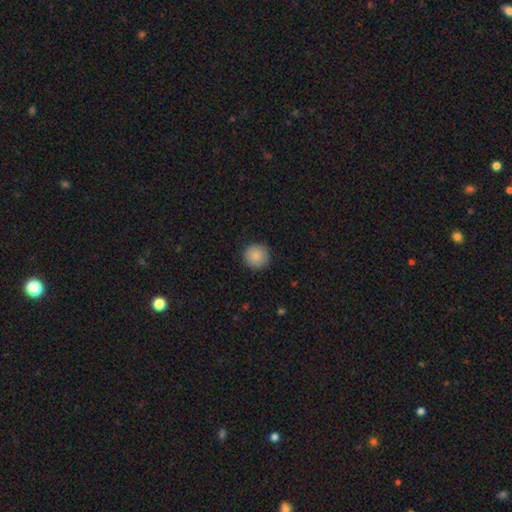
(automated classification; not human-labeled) Morphology: type=smooth (87%); roundness=round (95%); merging=none (91%).